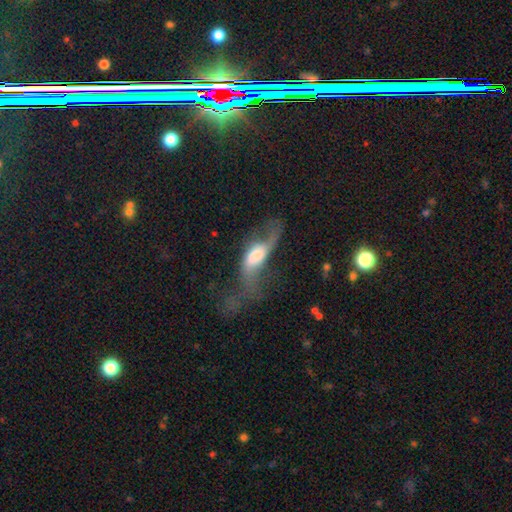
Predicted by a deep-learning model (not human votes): Q: Smooth or featured?
A: featured or disk (53%); runner-up: smooth (39%)
Q: Edge-on disk?
A: no (82%); runner-up: yes (18%)
Q: Merging?
A: major disturbance (53%); runner-up: none (21%)